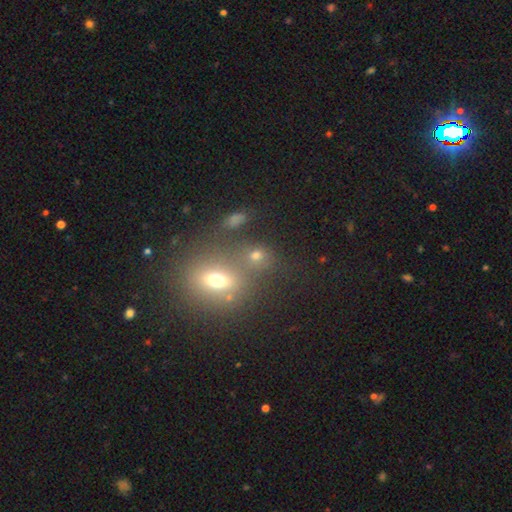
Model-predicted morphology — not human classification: smooth 51%, star or artifact 28%, featured or disk 21%. Down the decision tree: how rounded — round (48%); merging — none (56%).